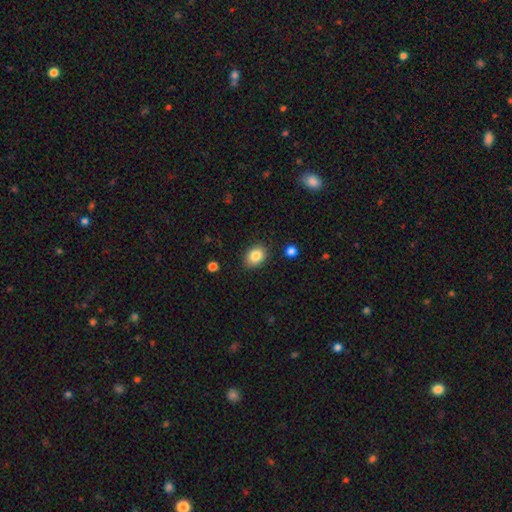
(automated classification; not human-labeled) A smooth galaxy with no disk features (85%) that is in between round and cigar-shaped (64%). Merging: none (86%).